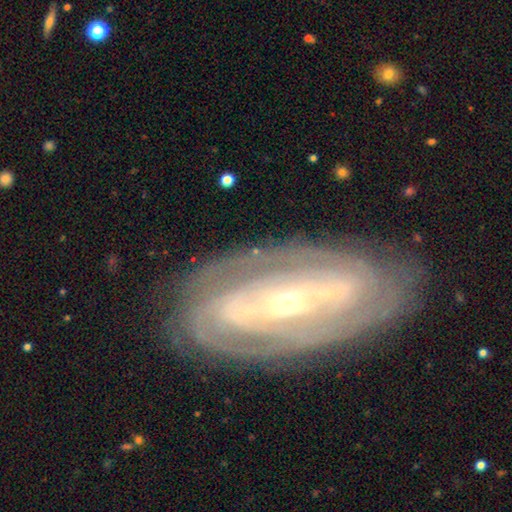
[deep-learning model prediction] Overall: featured or disk (85%). Edge-on disk: no (90%). Bar: strong (49%; weak 28%). Spiral arms: yes (89%). Spiral arm count: 2 (35%; can't tell 34%). Spiral winding: tight (71%). Bulge size: small (58%; moderate 37%). Merging: none (80%).